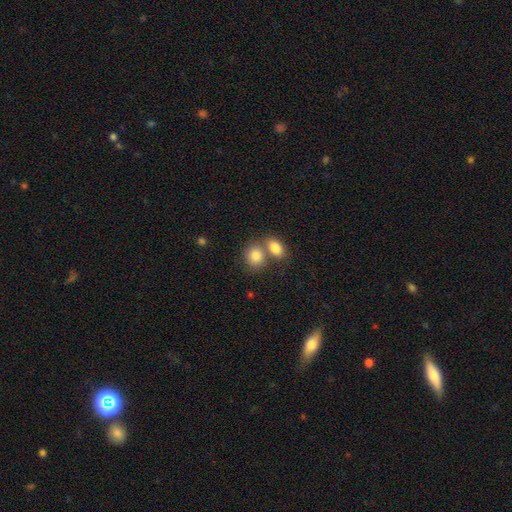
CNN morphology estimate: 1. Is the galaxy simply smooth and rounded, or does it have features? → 84% smooth, 8% star or artifact, 8% featured or disk.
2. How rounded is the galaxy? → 54% round, 45% in between, 1% cigar-shaped.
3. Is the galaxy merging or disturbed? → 49% merger, 40% none, 8% minor disturbance, 3% major disturbance.